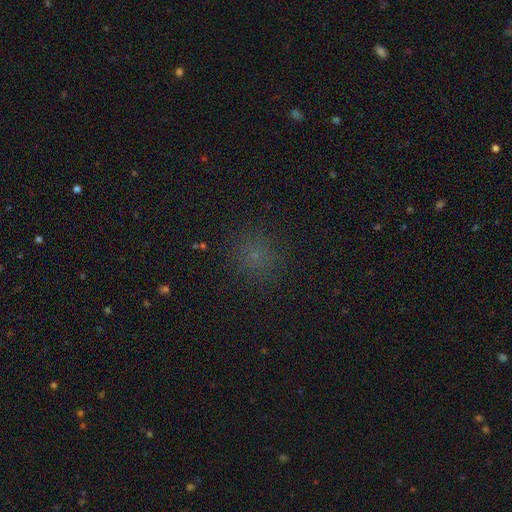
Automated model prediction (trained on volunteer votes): A smooth galaxy with no disk features (62%) that is round (91%).

Vote fractions:
- Smooth or featured? smooth: 62% / star or artifact: 31% / featured or disk: 6%
- How rounded? round: 91% / in between: 8% / cigar-shaped: 1%
- Merging? none: 87% / minor disturbance: 8% / major disturbance: 3% / merger: 1%